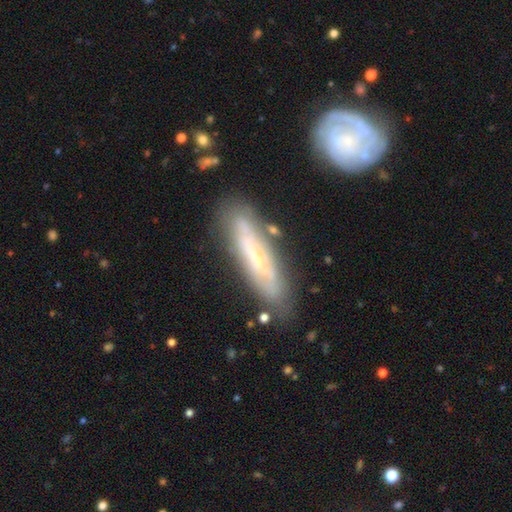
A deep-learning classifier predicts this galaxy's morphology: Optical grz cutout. It shows a featured or disk galaxy (50%). Merging: none (75%).